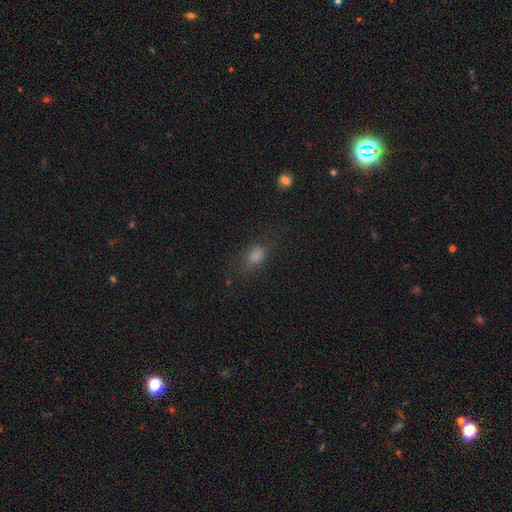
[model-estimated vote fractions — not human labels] A smooth galaxy with no disk features (73%) that is in between round and cigar-shaped (74%).

Vote fractions:
- Smooth or featured? smooth: 73% / star or artifact: 19% / featured or disk: 9%
- How rounded? in between: 74% / round: 20% / cigar-shaped: 6%
- Merging? none: 72% / minor disturbance: 17% / major disturbance: 9% / merger: 2%